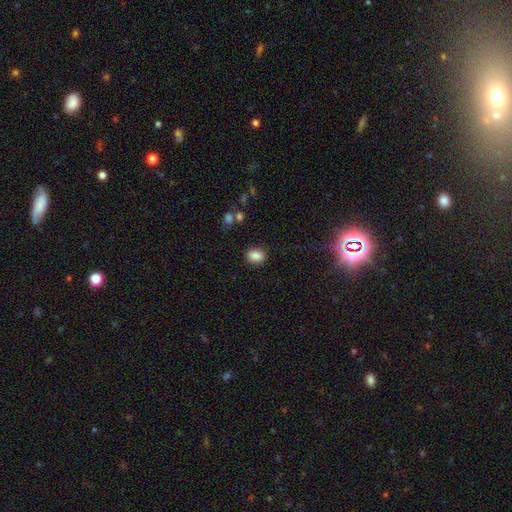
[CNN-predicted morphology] Overall: smooth (86%). How rounded: in between (63%; round 35%). Merging: none (86%).